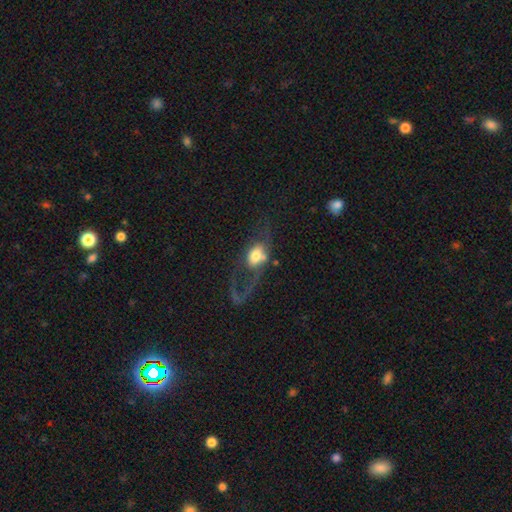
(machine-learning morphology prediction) Smooth or featured?
  - smooth: 51% *
  - featured or disk: 41%
  - star or artifact: 8%
How rounded?
  - in between: 70% *
  - round: 26%
  - cigar-shaped: 4%
Merging?
  - major disturbance: 51% *
  - none: 23%
  - minor disturbance: 14%
  - merger: 12%